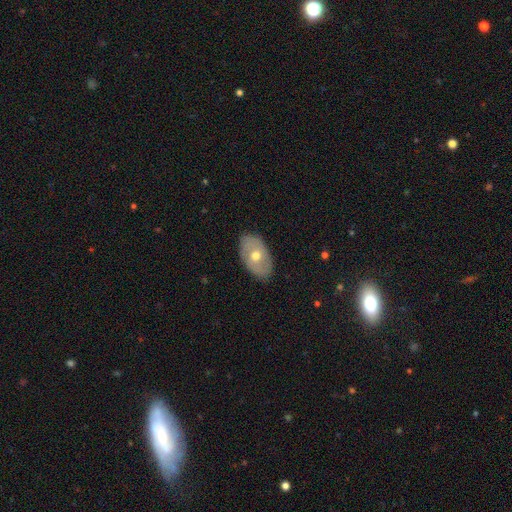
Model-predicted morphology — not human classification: smooth 49%, featured or disk 44%, star or artifact 7%. Down the decision tree: merging — none (82%).